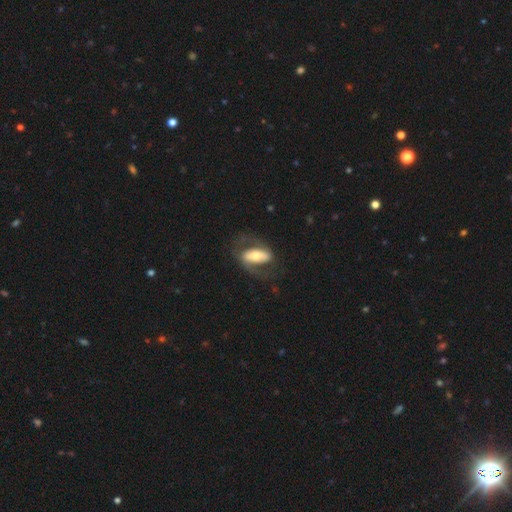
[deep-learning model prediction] Overall: featured or disk (63%; smooth 31%). Edge-on disk: no (91%). Bar: strong (49%; no 28%). Spiral arms: yes (70%). Bulge size: moderate (56%; small 25%). Merging: none (63%).